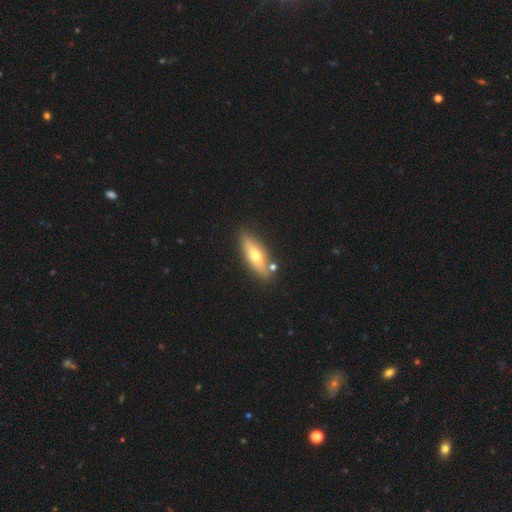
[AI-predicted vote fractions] A smooth galaxy with no disk features (54%) that is in between round and cigar-shaped (53%).

Vote fractions:
- Smooth or featured? smooth: 54% / featured or disk: 40% / star or artifact: 6%
- How rounded? in between: 53% / cigar-shaped: 45% / round: 3%
- Merging? none: 80% / minor disturbance: 12% / merger: 6% / major disturbance: 3%